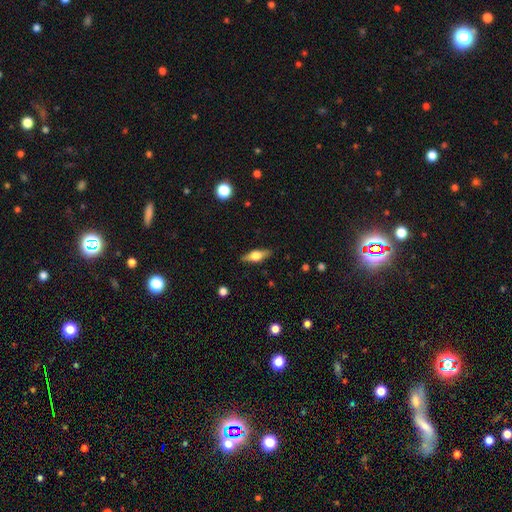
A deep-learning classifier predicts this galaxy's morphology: A featured or disk galaxy (52%) viewed edge-on (92%). Merging: none (87%).